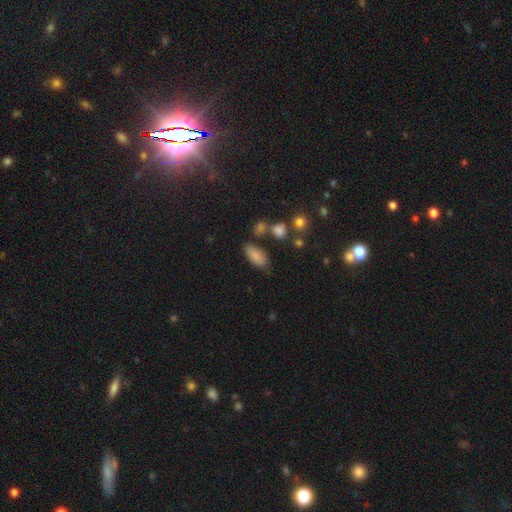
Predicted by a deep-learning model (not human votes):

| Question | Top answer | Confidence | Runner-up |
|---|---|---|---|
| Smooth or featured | smooth | 84% | star or artifact (8%) |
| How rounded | in between | 90% | cigar-shaped (7%) |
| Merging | none | 71% | minor disturbance (17%) |